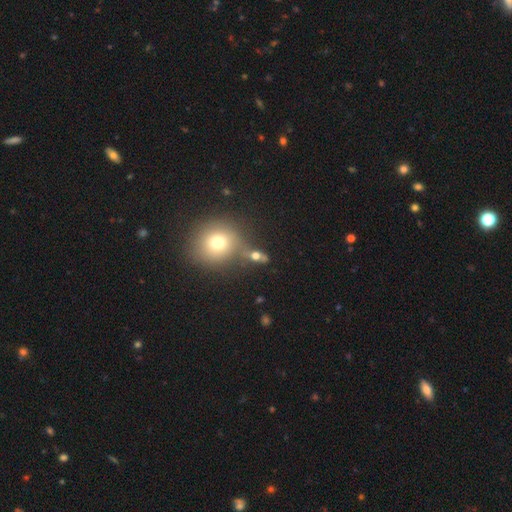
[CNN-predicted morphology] type=smooth (62%); roundness=in between (45%); merging=none (48%).